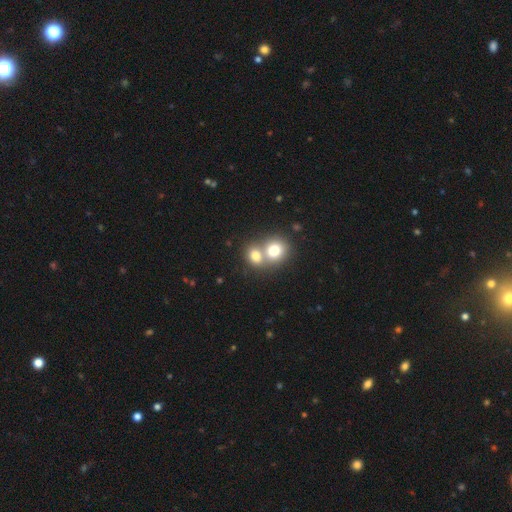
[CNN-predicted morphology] This is likely a smooth galaxy (75%). How rounded: likely round (62%). Merging: likely merger (62%).